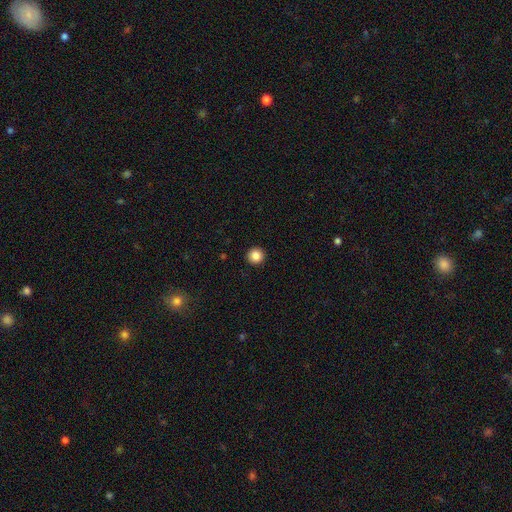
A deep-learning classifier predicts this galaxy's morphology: type=smooth (86%); roundness=round (95%); merging=none (94%).